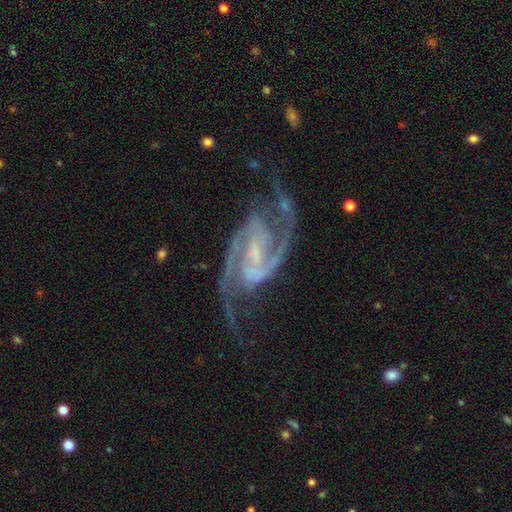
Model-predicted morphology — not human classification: Overall: featured or disk (94%). Edge-on disk: no (98%). Bar: weak (49%; strong 31%). Spiral arms: yes (99%). Spiral arm count: 2 (94%). Spiral winding: medium (62%; tight 23%). Bulge size: small (59%; moderate 21%). Merging: none (71%).